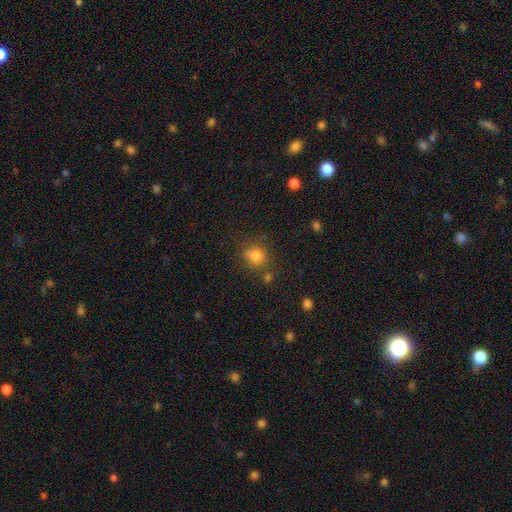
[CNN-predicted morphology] This is clearly a smooth galaxy (80%). How rounded: likely round (76%). Merging: likely none (69%).